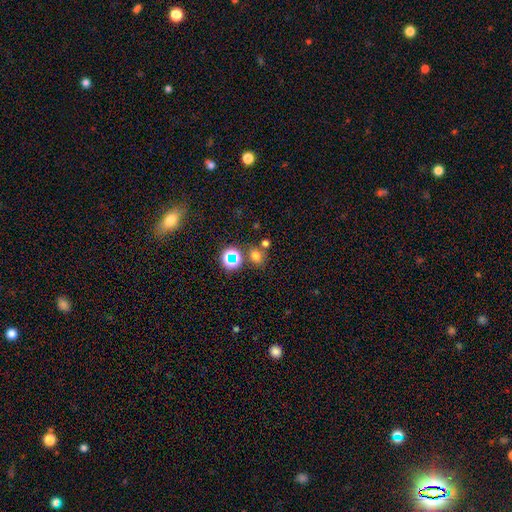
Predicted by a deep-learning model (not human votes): smooth-or-featured: smooth: 66% | star or artifact: 27% | featured or disk: 7%
  how-rounded: round: 66% | in between: 33% | cigar-shaped: 1%
  merging: none: 67% | merger: 18% | minor disturbance: 10% | major disturbance: 4%